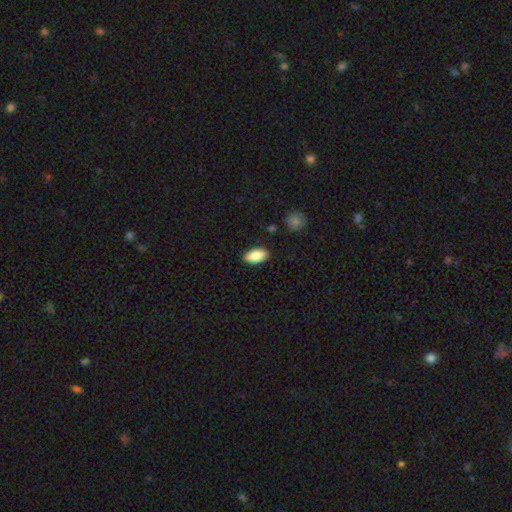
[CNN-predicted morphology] Smooth or featured?
  - smooth: 86% *
  - featured or disk: 7%
  - star or artifact: 7%
How rounded?
  - in between: 92% *
  - cigar-shaped: 5%
  - round: 3%
Merging?
  - none: 87% *
  - minor disturbance: 10%
  - major disturbance: 2%
  - merger: 2%